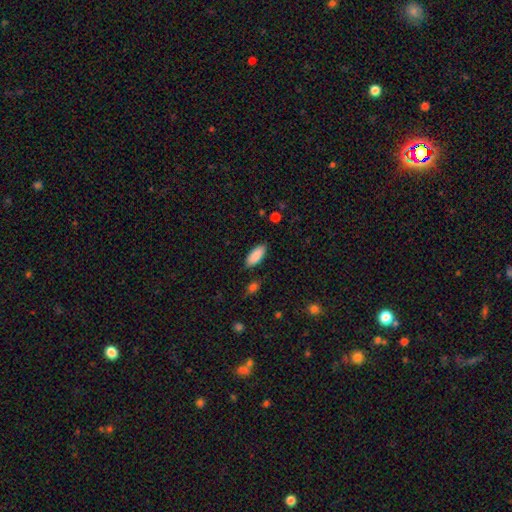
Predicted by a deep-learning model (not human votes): smooth 89%, star or artifact 6%, featured or disk 5%. Down the decision tree: how rounded — in between (84%); merging — none (87%).